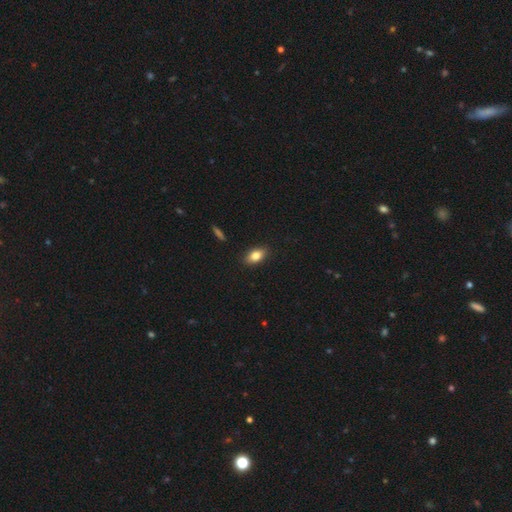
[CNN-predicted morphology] A smooth galaxy with no disk features (82%) that is in between round and cigar-shaped (87%). Merging: none (88%).